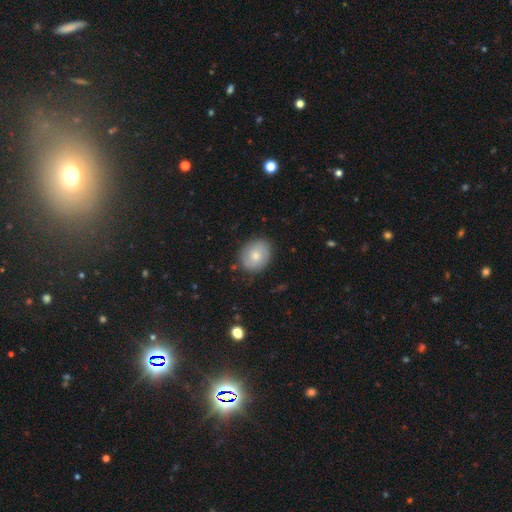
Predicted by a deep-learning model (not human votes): Smooth or featured? smooth (68%)
How rounded? round (60%)
Merging? none (83%)